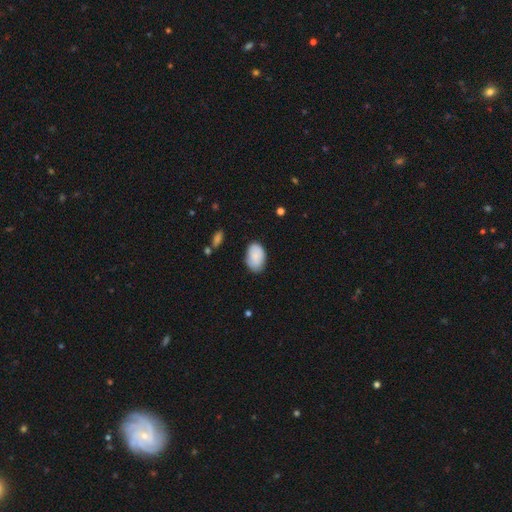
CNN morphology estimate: smooth 84%, featured or disk 9%, star or artifact 7%. Down the decision tree: how rounded — in between (91%); merging — none (76%).